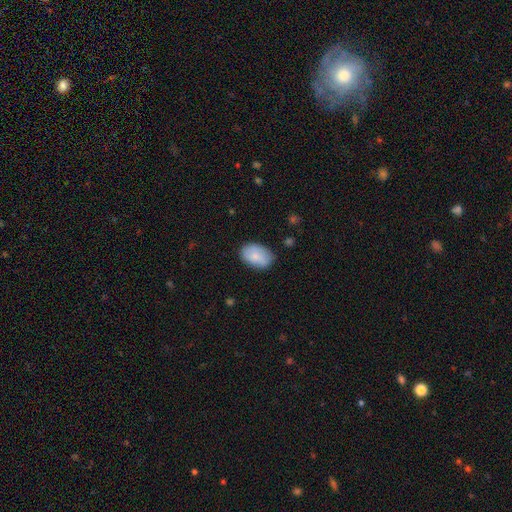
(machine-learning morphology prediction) The model was most divided on "merging": none: 75%, minor disturbance: 20%, major disturbance: 4%, merger: 1%. More confident: how rounded — in between (89%); smooth or featured — smooth (82%).